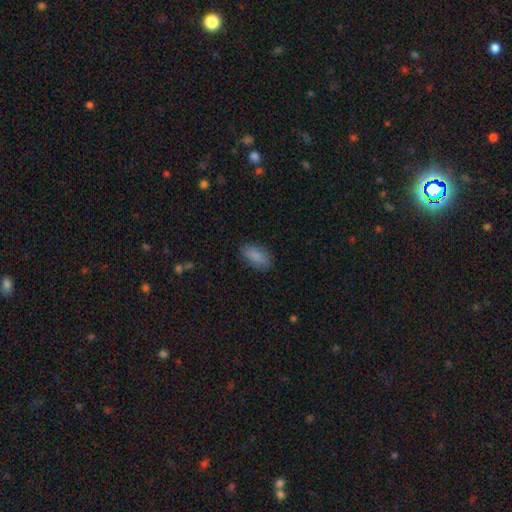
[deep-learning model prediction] smooth_or_featured: smooth (p=0.87) [alt: star or artifact p=0.07]
how_rounded: in between (p=0.91) [alt: cigar-shaped p=0.04]
merging: none (p=0.81) [alt: minor disturbance p=0.14]